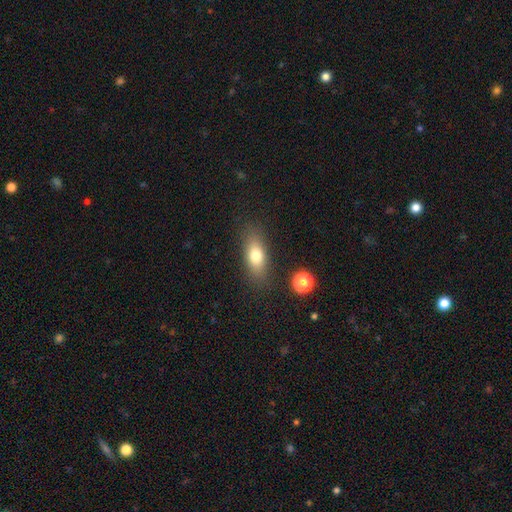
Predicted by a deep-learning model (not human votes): A smooth galaxy with no disk features (74%) that is in between round and cigar-shaped (74%). Merging: none (83%).